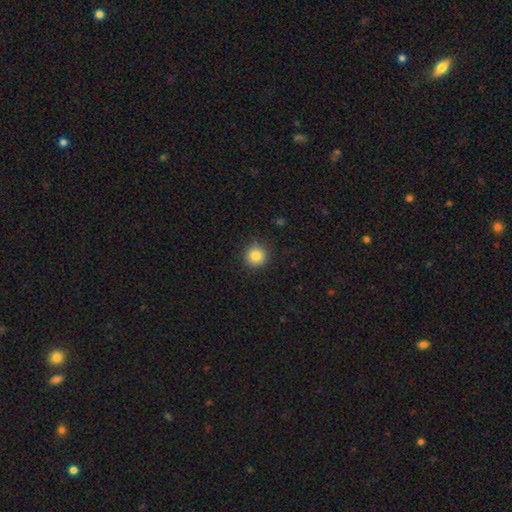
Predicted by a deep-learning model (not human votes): A smooth galaxy with no disk features (85%) that is round (93%).

Vote fractions:
- Smooth or featured? smooth: 85% / star or artifact: 10% / featured or disk: 5%
- How rounded? round: 93% / in between: 6% / cigar-shaped: 1%
- Merging? none: 88% / minor disturbance: 9% / major disturbance: 2% / merger: 1%